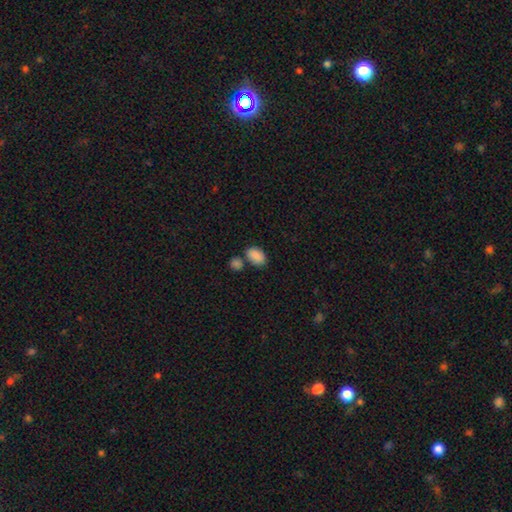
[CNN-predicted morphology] Smooth or featured?
  - smooth: 88% *
  - star or artifact: 8%
  - featured or disk: 4%
How rounded?
  - in between: 88% *
  - round: 11%
  - cigar-shaped: 1%
Merging?
  - none: 64% *
  - merger: 20%
  - minor disturbance: 13%
  - major disturbance: 4%